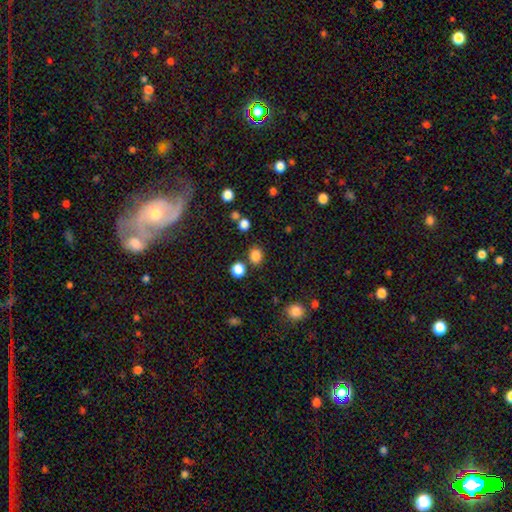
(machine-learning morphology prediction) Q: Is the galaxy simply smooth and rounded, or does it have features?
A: smooth — 82%.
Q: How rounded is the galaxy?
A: round — 64%.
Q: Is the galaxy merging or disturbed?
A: none — 80%.